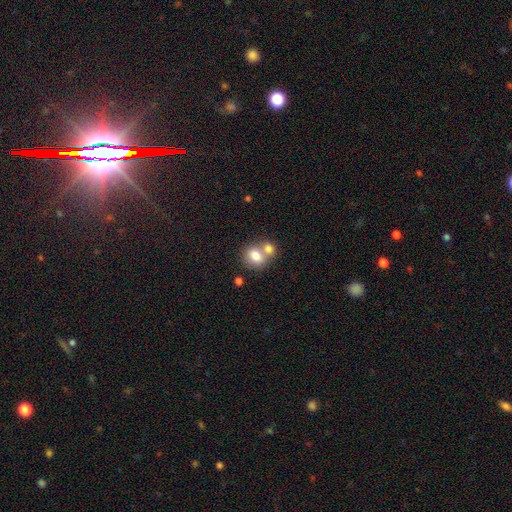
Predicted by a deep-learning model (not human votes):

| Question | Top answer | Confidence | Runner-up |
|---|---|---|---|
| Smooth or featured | smooth | 77% | featured or disk (14%) |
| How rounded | round | 62% | in between (37%) |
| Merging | merger | 54% | none (36%) |